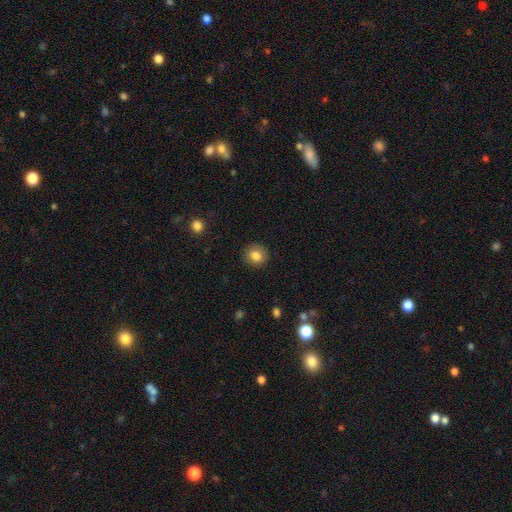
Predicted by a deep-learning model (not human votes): Smooth or featured?
  - smooth: 83% *
  - star or artifact: 9%
  - featured or disk: 8%
How rounded?
  - round: 86% *
  - in between: 13%
  - cigar-shaped: 1%
Merging?
  - none: 88% *
  - minor disturbance: 8%
  - major disturbance: 2%
  - merger: 1%